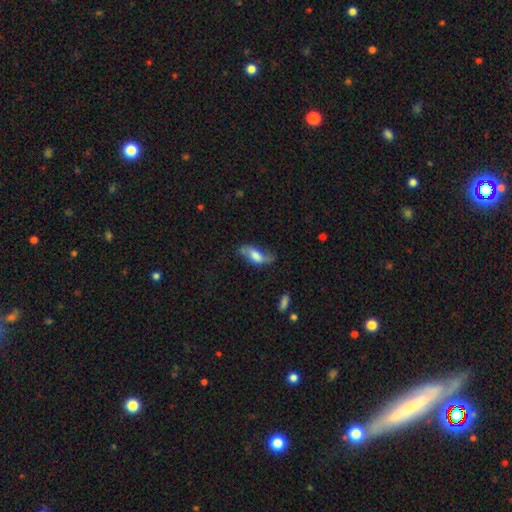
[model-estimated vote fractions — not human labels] Overall: featured or disk (47%; smooth 46%). Merging: none (56%; minor disturbance 27%).